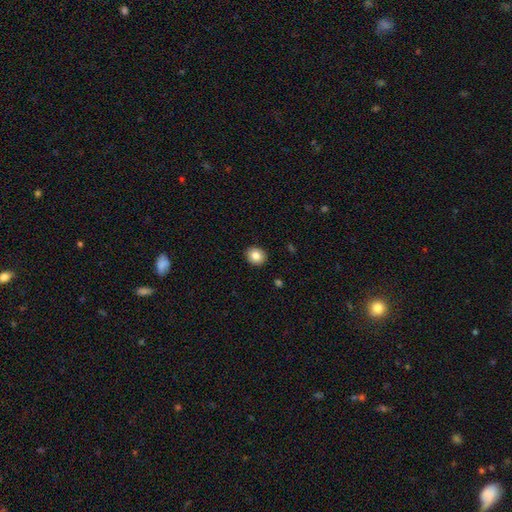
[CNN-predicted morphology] The model was most divided on "how rounded": round: 74%, in between: 25%, cigar-shaped: 1%. More confident: merging — none (91%); smooth or featured — smooth (84%).